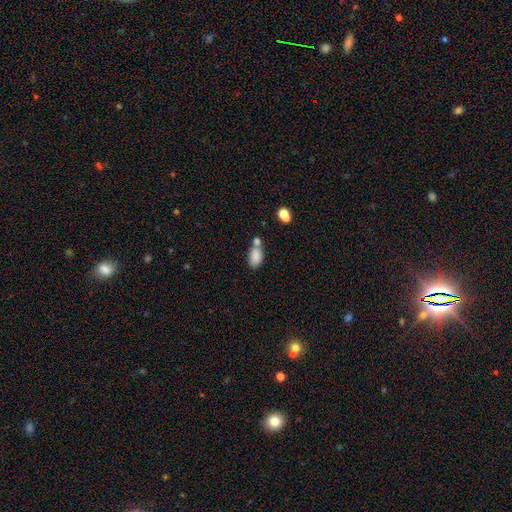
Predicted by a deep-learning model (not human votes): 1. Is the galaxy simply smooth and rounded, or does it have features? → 84% smooth, 9% star or artifact, 7% featured or disk.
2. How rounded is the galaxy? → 91% in between, 6% round, 2% cigar-shaped.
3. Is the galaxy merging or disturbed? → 45% none, 36% merger, 14% minor disturbance, 5% major disturbance.